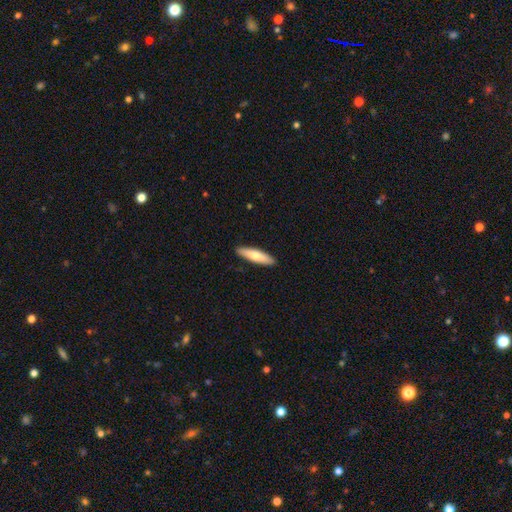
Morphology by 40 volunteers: Smooth or featured? 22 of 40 (55%) said smooth. How rounded? 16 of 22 (73%) said cigar-shaped. Merging? 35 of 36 (97%) said none.